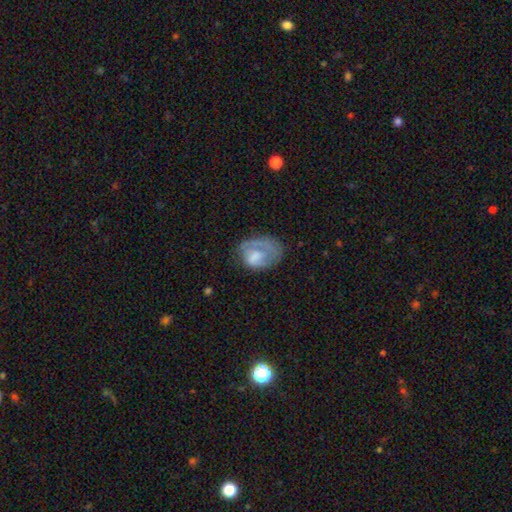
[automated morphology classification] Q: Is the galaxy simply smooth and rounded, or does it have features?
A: smooth — 49%.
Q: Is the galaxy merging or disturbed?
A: none — 43%.